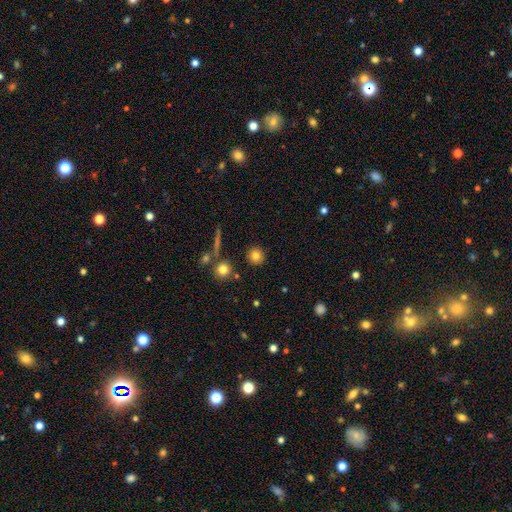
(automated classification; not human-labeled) Smooth or featured?
  - smooth: 81% *
  - star or artifact: 11%
  - featured or disk: 8%
How rounded?
  - round: 92% *
  - in between: 7%
  - cigar-shaped: 1%
Merging?
  - none: 88% *
  - minor disturbance: 6%
  - merger: 3%
  - major disturbance: 2%